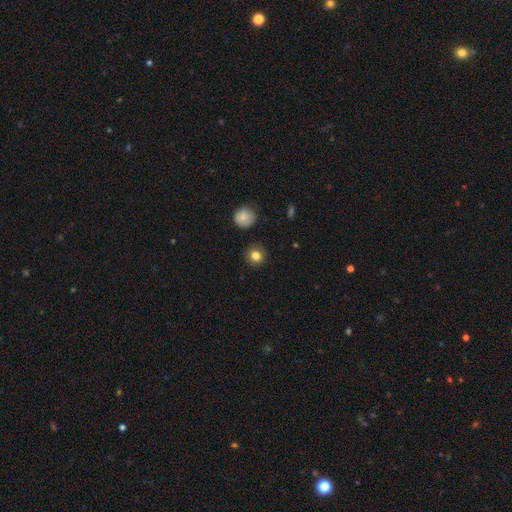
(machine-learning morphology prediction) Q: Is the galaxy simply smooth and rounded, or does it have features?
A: smooth — 83%.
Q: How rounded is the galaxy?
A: round — 92%.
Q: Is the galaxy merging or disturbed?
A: none — 91%.